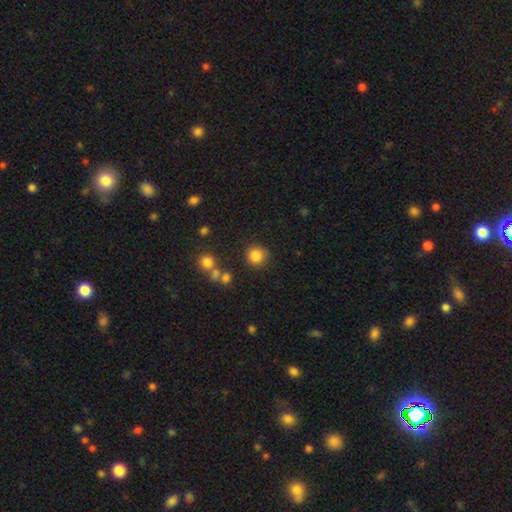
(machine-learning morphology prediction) A smooth galaxy with no disk features (84%) that is round (92%). Merging: none (84%).